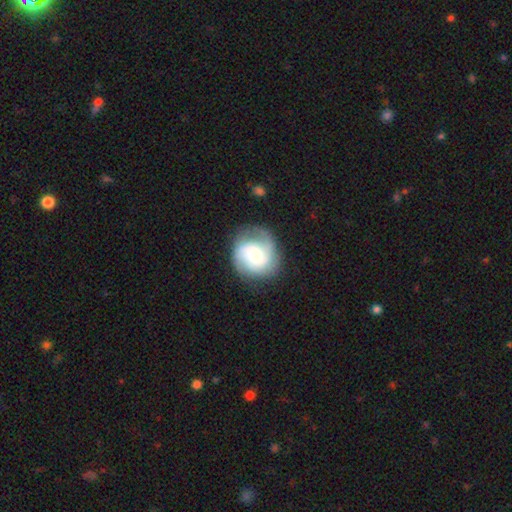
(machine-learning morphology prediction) This is likely a featured or disk galaxy (64%). It is clearly not viewed edge-on (98%). Bar: likely no (68%). Spiral arm pattern: clearly yes (92%). Spiral arm count: possibly 2 (46%). Spiral winding: marginally medium (43%). Central bulge: marginally moderate (45%). Merging: likely none (69%).